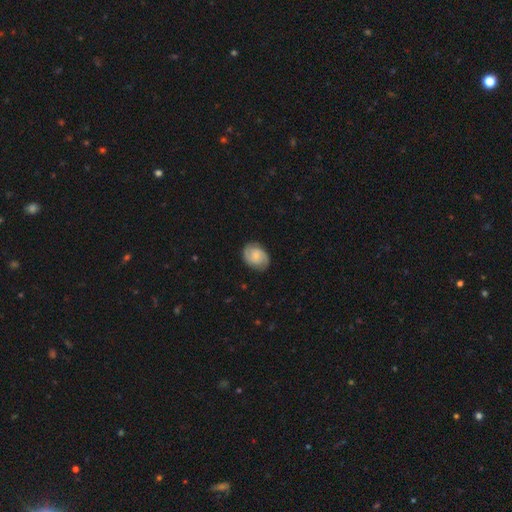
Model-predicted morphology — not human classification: type=featured or disk (64%); edge-on=no (98%); bar=no (61%); spiral arms=yes (94%); winding=medium (44%); arm count=2 (86%); bulge=small (37%); merging=none (83%).